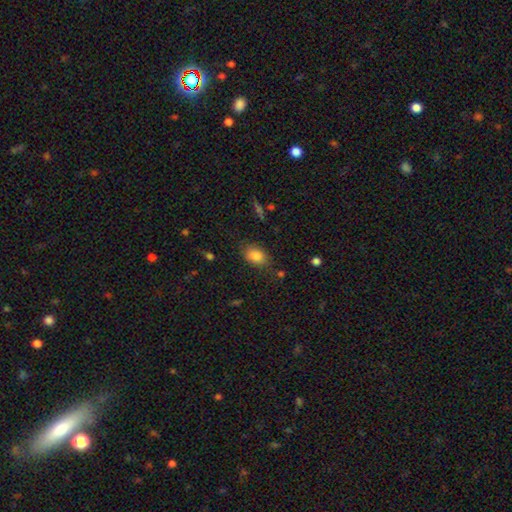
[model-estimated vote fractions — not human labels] Smooth or featured? smooth (83%)
How rounded? in between (82%)
Merging? none (73%)